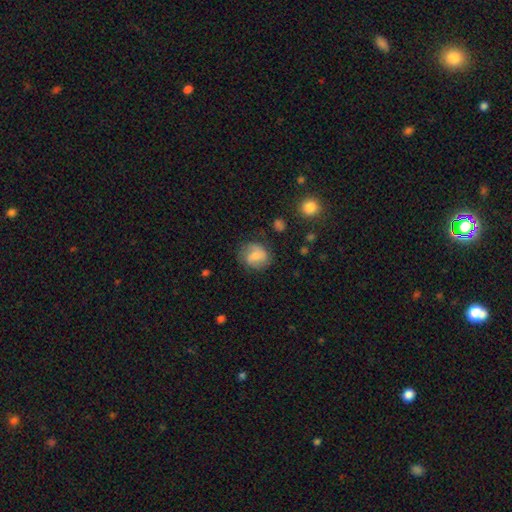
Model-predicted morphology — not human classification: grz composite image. It shows a smooth galaxy with no disk features (59%) that is round (67%). Merging: none (72%).